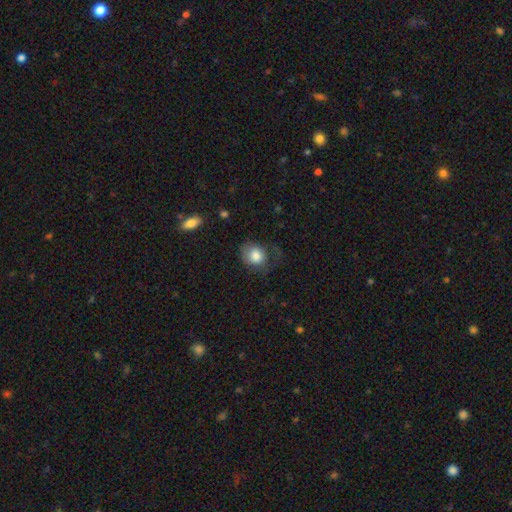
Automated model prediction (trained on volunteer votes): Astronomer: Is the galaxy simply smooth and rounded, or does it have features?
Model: smooth — 80%.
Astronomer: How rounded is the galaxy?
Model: round — 57% (runner-up: in between, 42%).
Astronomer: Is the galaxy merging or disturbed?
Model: none — 47% (runner-up: major disturbance, 26%).